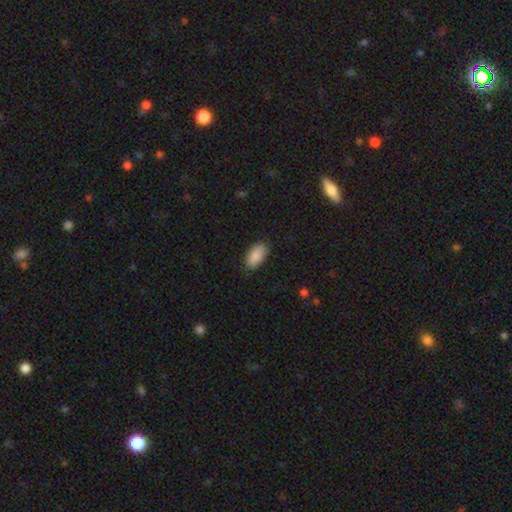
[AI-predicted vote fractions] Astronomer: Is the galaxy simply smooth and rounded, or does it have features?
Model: smooth — 89%.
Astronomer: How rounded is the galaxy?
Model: in between — 94%.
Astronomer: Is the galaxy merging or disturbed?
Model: none — 83%.